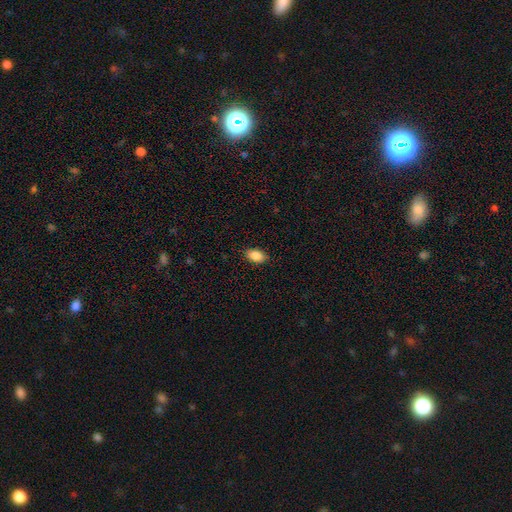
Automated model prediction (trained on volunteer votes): This is clearly a smooth galaxy (88%). How rounded: clearly in between (90%). Merging: clearly none (88%).